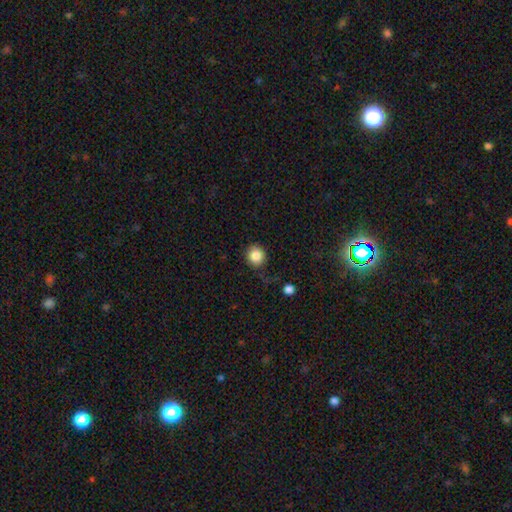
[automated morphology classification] Smooth or featured? smooth (85%)
How rounded? round (89%)
Merging? none (81%)